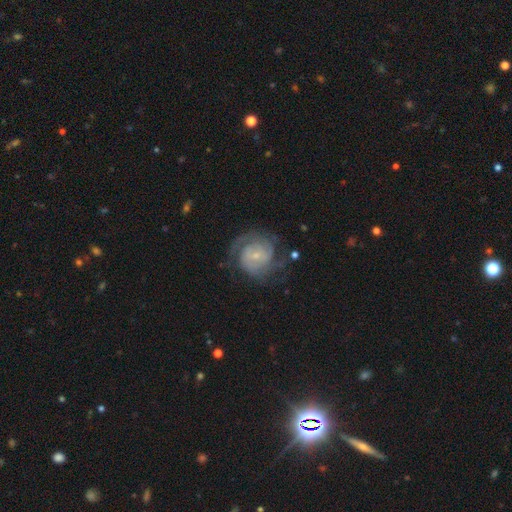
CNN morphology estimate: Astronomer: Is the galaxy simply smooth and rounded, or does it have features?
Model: featured or disk — 83%.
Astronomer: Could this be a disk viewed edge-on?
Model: no — 98%.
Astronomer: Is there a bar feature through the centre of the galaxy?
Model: no — 56% (runner-up: weak, 37%).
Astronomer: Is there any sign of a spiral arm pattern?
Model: yes — 95%.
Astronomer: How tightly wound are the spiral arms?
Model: tight — 55% (runner-up: medium, 35%).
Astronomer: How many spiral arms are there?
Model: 2 — 38% (runner-up: can't tell, 25%).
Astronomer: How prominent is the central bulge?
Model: small — 76%.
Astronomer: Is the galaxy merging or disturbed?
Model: none — 67%.